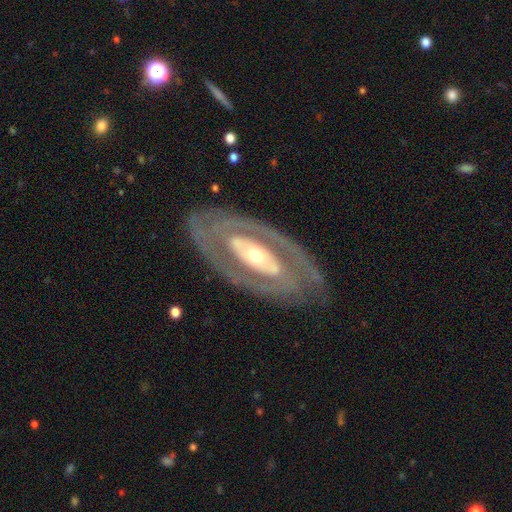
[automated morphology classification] Q: Smooth or featured?
A: featured or disk (82%); runner-up: smooth (14%)
Q: Edge-on disk?
A: no (90%); runner-up: yes (10%)
Q: Bar?
A: no (60%); runner-up: strong (21%)
Q: Spiral arms?
A: yes (52%); runner-up: no (48%)
Q: Bulge size?
A: moderate (60%); runner-up: small (30%)
Q: Merging?
A: none (78%); runner-up: minor disturbance (13%)